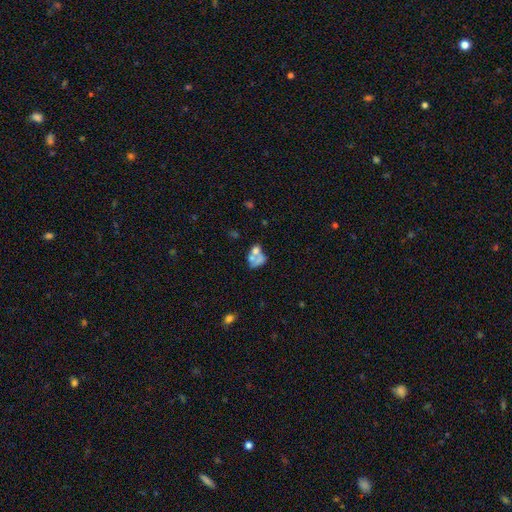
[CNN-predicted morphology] This appears to be a smooth galaxy with no disk features (47%). Merging: merger (51%).